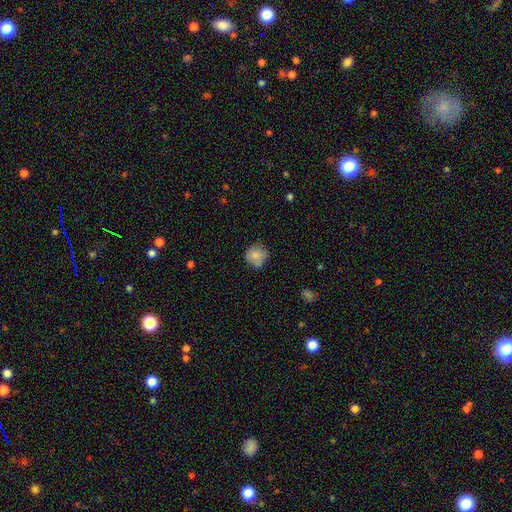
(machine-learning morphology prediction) Smooth or featured? Predicted: smooth (p=0.80). How rounded? Predicted: round (p=0.83). Merging? Predicted: none (p=0.62).